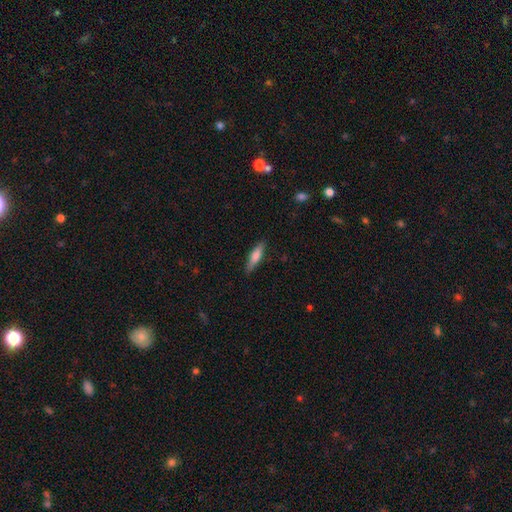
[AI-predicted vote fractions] Overall: smooth (68%). How rounded: cigar-shaped (72%). Merging: none (86%).